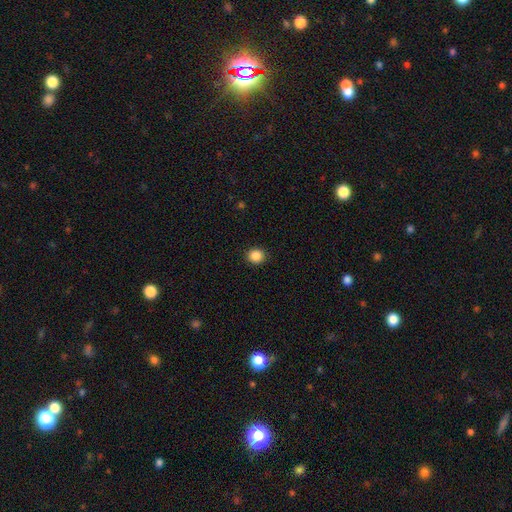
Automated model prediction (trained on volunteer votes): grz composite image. It shows a smooth galaxy with no disk features (87%) that is round (85%). Merging: none (91%).